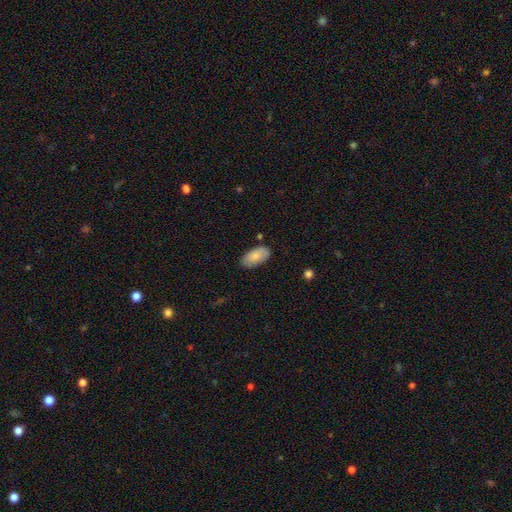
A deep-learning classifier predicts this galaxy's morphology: smooth-or-featured: smooth: 81% | featured or disk: 12% | star or artifact: 6%
  how-rounded: in between: 95% | round: 3% | cigar-shaped: 2%
  merging: none: 80% | minor disturbance: 15% | major disturbance: 3% | merger: 2%